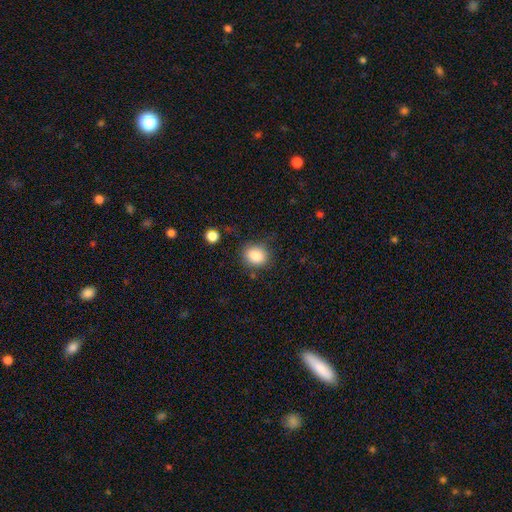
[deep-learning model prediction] Overall: smooth (86%). How rounded: round (65%; in between 34%). Merging: none (80%).